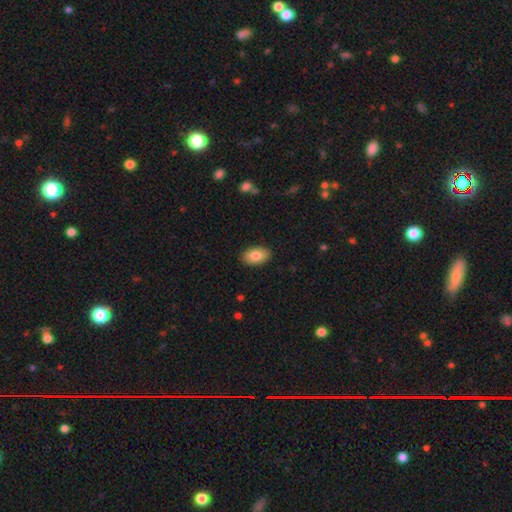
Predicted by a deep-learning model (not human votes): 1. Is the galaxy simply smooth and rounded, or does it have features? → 82% smooth, 12% featured or disk, 7% star or artifact.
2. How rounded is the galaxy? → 93% in between, 6% round, 1% cigar-shaped.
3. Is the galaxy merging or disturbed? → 89% none, 8% minor disturbance, 2% major disturbance, 1% merger.